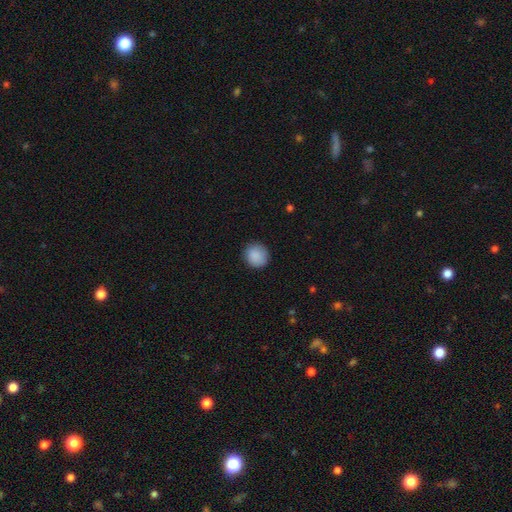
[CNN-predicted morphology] A smooth galaxy with no disk features (89%) that is round (86%).

Vote fractions:
- Smooth or featured? smooth: 89% / star or artifact: 7% / featured or disk: 4%
- How rounded? round: 86% / in between: 13% / cigar-shaped: 1%
- Merging? none: 87% / minor disturbance: 10% / major disturbance: 2% / merger: 1%